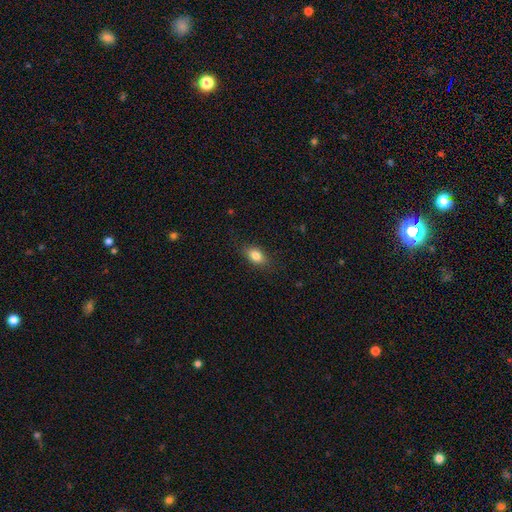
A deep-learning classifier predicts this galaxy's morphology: This appears to be a smooth galaxy with no disk features (83%) that is in between round and cigar-shaped (84%). Merging: none (83%).